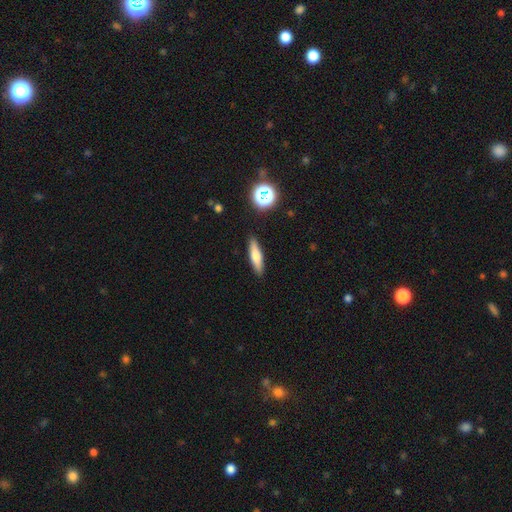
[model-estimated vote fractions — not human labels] smooth-or-featured: smooth: 65% | featured or disk: 26% | star or artifact: 9%
  how-rounded: cigar-shaped: 73% | in between: 24% | round: 2%
  merging: none: 89% | minor disturbance: 8% | major disturbance: 2% | merger: 1%